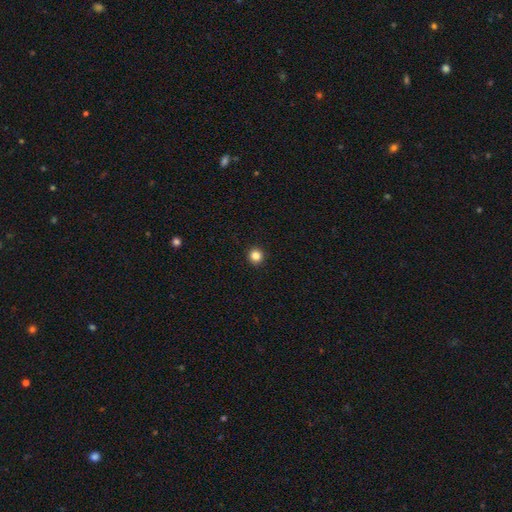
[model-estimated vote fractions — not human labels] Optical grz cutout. It shows a smooth galaxy with no disk features (85%) that is round (95%). Merging: none (94%).